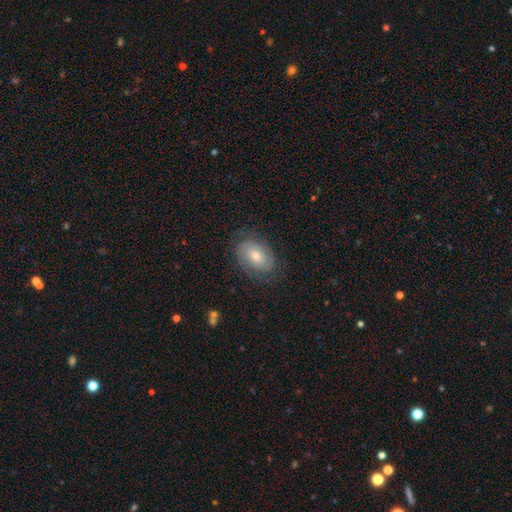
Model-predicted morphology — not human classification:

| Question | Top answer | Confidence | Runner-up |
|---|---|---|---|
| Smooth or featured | featured or disk | 66% | smooth (25%) |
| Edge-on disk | no | 96% | yes (4%) |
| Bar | no | 66% | weak (28%) |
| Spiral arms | yes | 88% | no (12%) |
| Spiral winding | tight | 59% | medium (31%) |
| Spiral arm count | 2 | 70% | can't tell (19%) |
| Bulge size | moderate | 58% | small (33%) |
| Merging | none | 79% | minor disturbance (14%) |